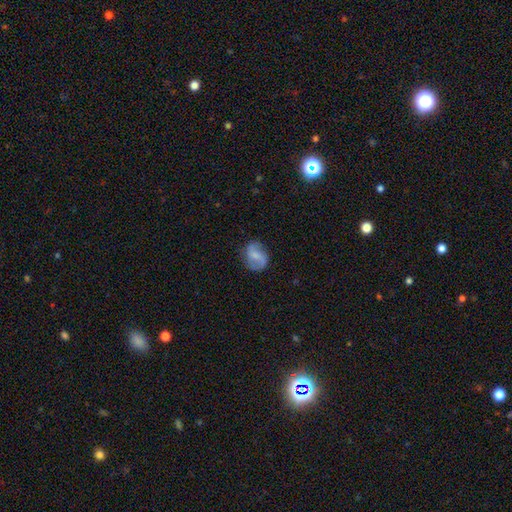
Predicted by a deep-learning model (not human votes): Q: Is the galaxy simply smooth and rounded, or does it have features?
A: featured or disk — 63%.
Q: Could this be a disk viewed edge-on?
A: no — 97%.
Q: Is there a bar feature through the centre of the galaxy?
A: weak — 47%.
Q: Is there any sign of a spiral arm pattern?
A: yes — 89%.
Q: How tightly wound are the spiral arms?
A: loose — 52%.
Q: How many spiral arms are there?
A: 2 — 88%.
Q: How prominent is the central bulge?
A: small — 46%.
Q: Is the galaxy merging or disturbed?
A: none — 75%.